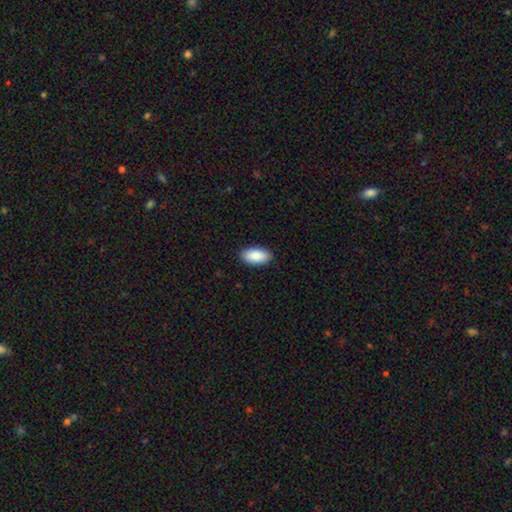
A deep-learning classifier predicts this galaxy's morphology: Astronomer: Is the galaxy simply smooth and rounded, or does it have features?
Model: smooth — 90%.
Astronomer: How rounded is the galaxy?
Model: in between — 95%.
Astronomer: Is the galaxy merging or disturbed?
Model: none — 90%.